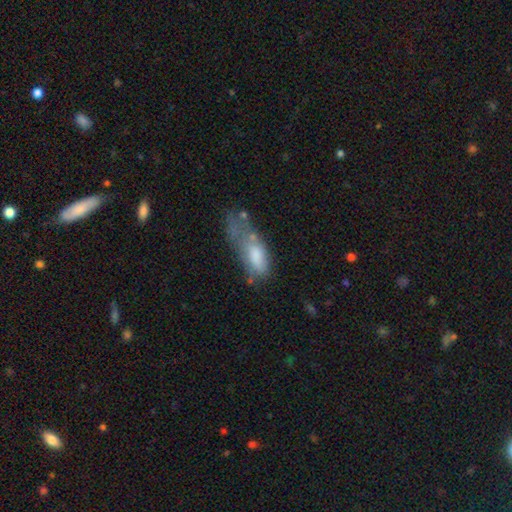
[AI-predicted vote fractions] Smooth or featured?
  - smooth: 67% *
  - featured or disk: 25%
  - star or artifact: 9%
How rounded?
  - in between: 76% *
  - cigar-shaped: 22%
  - round: 3%
Merging?
  - major disturbance: 41% *
  - minor disturbance: 28%
  - none: 19%
  - merger: 12%